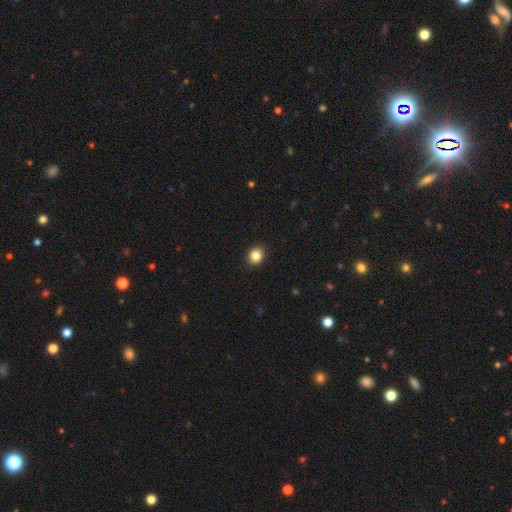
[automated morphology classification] Overall: smooth (86%). How rounded: round (73%). Merging: none (91%).